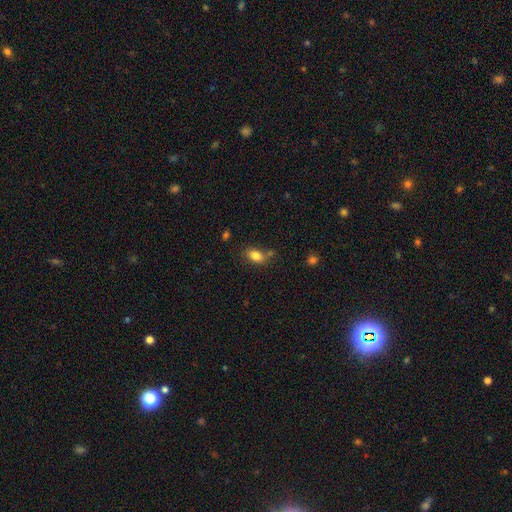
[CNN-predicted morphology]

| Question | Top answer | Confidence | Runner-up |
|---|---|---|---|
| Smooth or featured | smooth | 83% | star or artifact (9%) |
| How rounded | in between | 82% | round (16%) |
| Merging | none | 68% | minor disturbance (17%) |